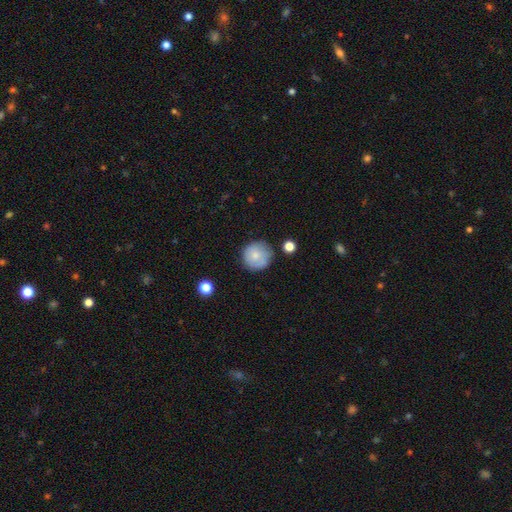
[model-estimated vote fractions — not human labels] Overall: smooth (77%). How rounded: round (94%). Merging: none (78%).